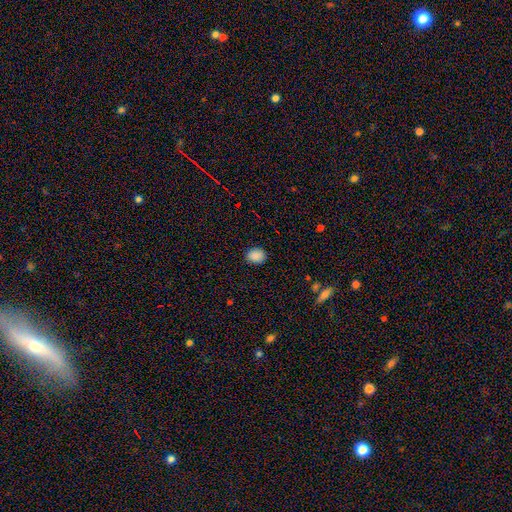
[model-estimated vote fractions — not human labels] Morphology: type=smooth (88%); roundness=round (50%); merging=none (86%).